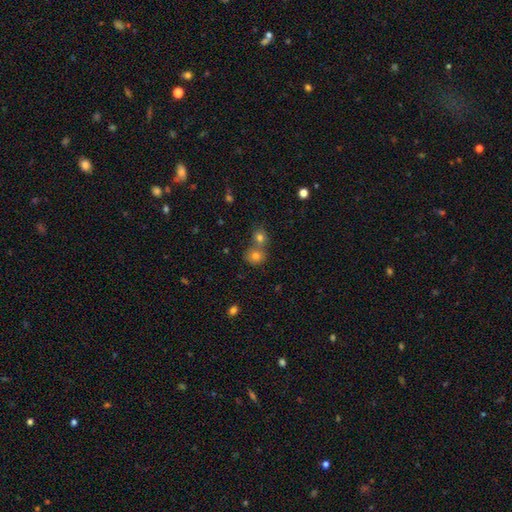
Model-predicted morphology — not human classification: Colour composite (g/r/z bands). It shows a smooth galaxy with no disk features (75%) that is round (78%). Merging: merger (46%).